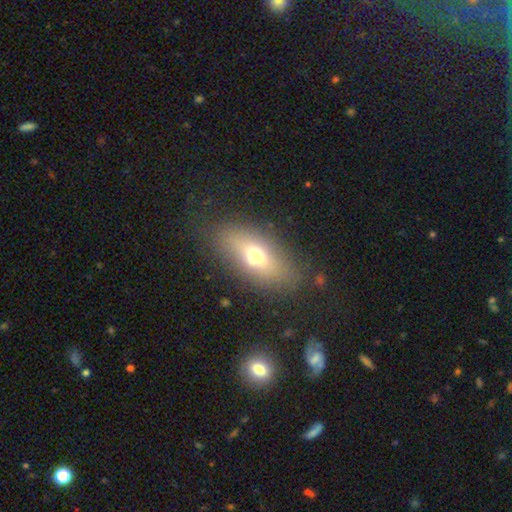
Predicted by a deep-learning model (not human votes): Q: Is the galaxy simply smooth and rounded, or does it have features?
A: smooth — 61%.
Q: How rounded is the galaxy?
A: in between — 78%.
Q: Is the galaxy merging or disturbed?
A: none — 77%.